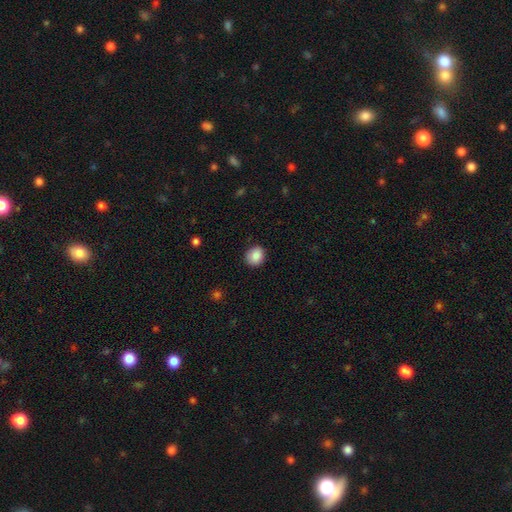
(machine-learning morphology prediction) type=smooth (87%); roundness=round (72%); merging=none (86%).